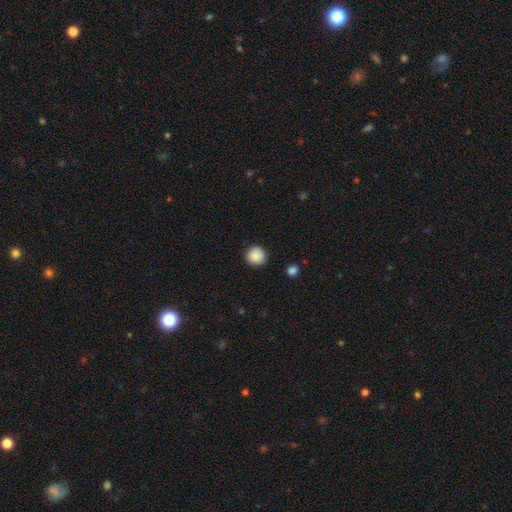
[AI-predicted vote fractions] smooth 88%, star or artifact 9%, featured or disk 3%. Down the decision tree: how rounded — round (94%); merging — none (88%).